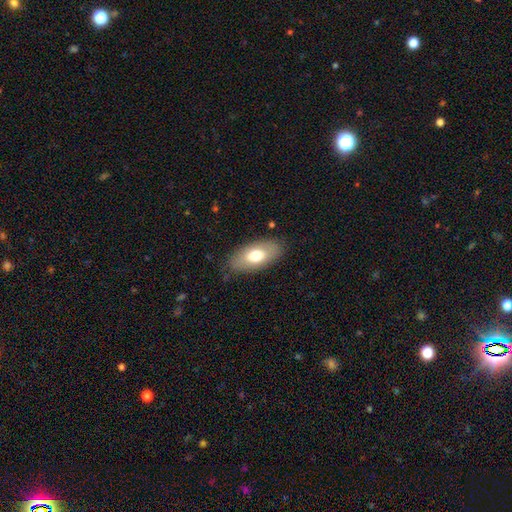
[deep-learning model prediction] A smooth galaxy with no disk features (69%) that is in between round and cigar-shaped (91%). Merging: none (83%).